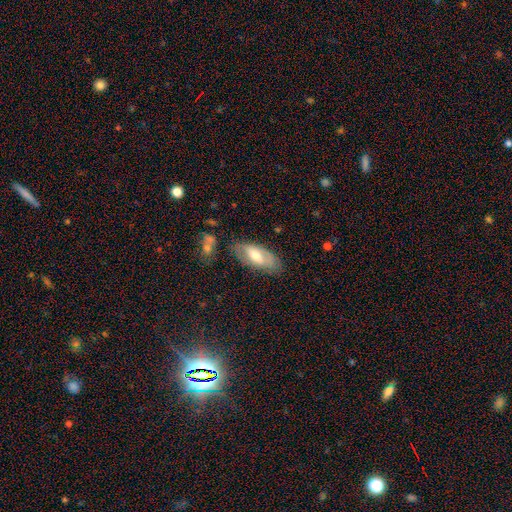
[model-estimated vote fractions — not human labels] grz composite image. It shows a smooth galaxy with no disk features (49%). Merging: none (74%).